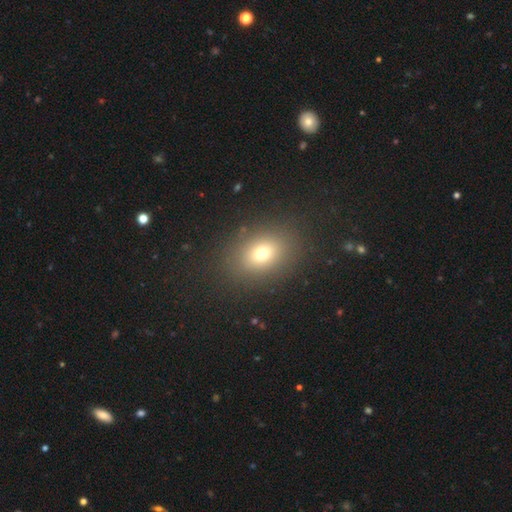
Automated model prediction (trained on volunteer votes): Smooth or featured? smooth (69%)
How rounded? in between (65%)
Merging? none (88%)